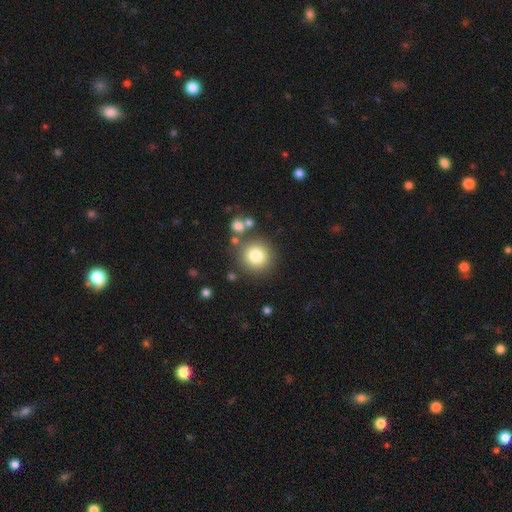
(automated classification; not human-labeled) A smooth galaxy with no disk features (80%) that is round (94%). Merging: none (80%).